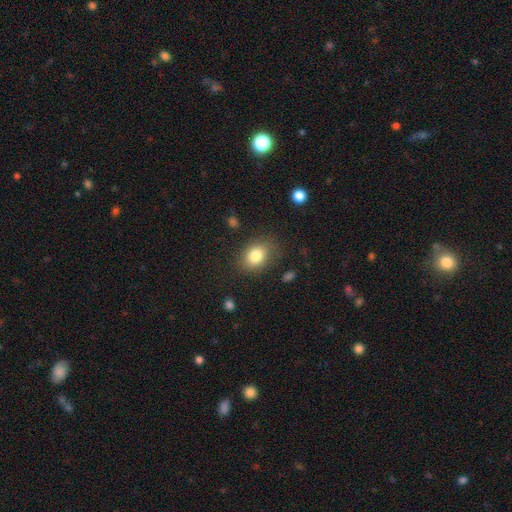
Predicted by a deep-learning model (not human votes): Q: Smooth or featured?
A: smooth (82%); runner-up: star or artifact (9%)
Q: How rounded?
A: in between (66%); runner-up: round (33%)
Q: Merging?
A: none (80%); runner-up: minor disturbance (14%)